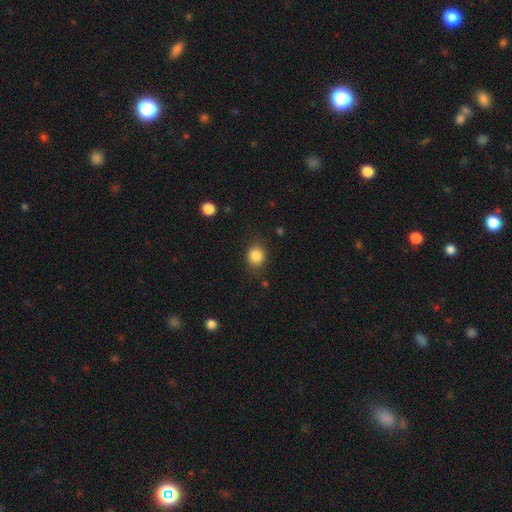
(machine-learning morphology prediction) smooth 85%, star or artifact 10%, featured or disk 5%. Down the decision tree: how rounded — round (69%); merging — none (82%).